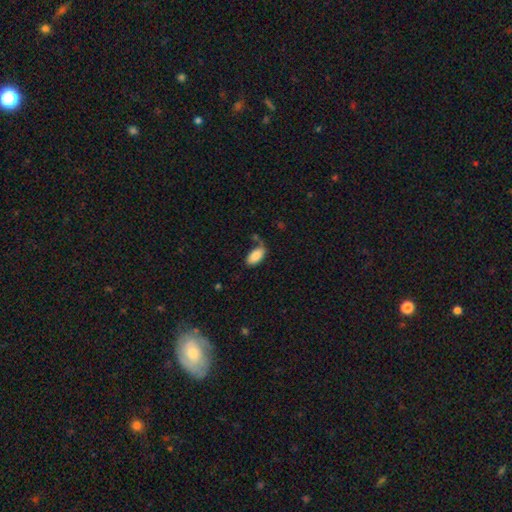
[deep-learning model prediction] Q: Smooth or featured?
A: smooth (86%); runner-up: star or artifact (7%)
Q: How rounded?
A: in between (94%); runner-up: cigar-shaped (4%)
Q: Merging?
A: none (60%); runner-up: minor disturbance (24%)